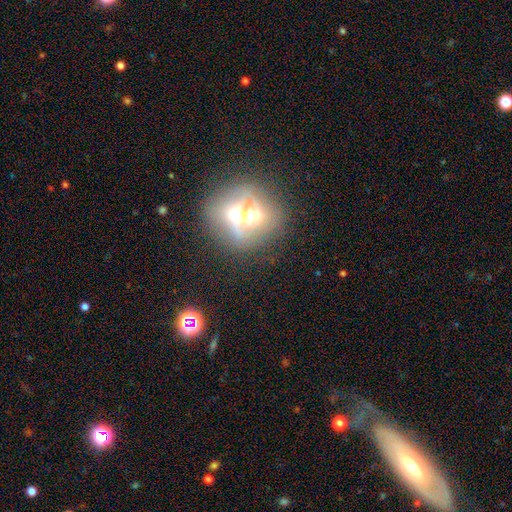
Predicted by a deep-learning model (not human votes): This appears to be a featured or disk galaxy (53%). Merging: none (73%).